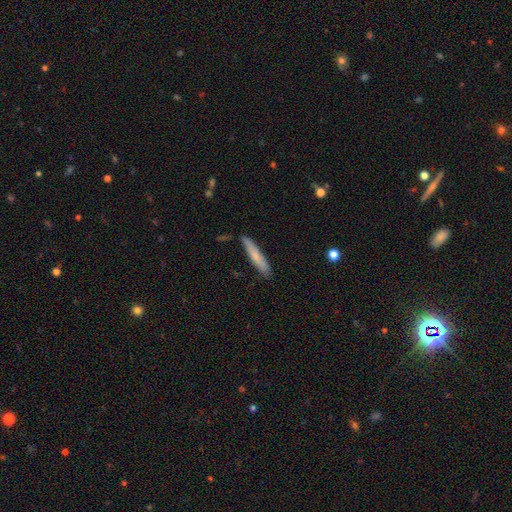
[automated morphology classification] type=smooth (70%); roundness=cigar-shaped (91%); merging=none (83%).